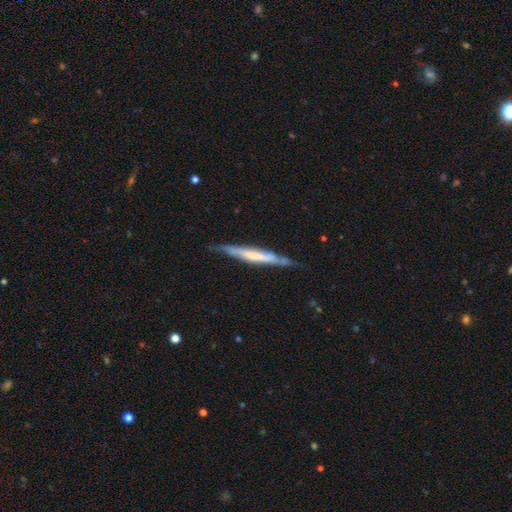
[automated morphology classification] This is possibly a featured or disk galaxy (56%). It is clearly viewed edge-on (91%). Edge-on bulge: possibly none (60%). Merging: likely none (72%).